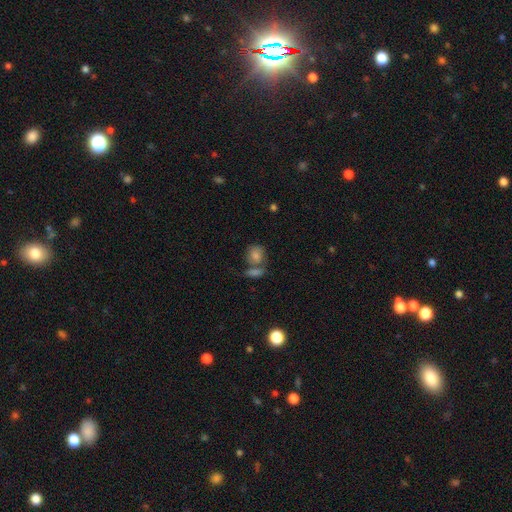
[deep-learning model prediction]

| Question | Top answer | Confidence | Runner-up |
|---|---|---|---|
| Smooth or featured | smooth | 69% | featured or disk (16%) |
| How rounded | round | 66% | in between (31%) |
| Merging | none | 48% | merger (35%) |